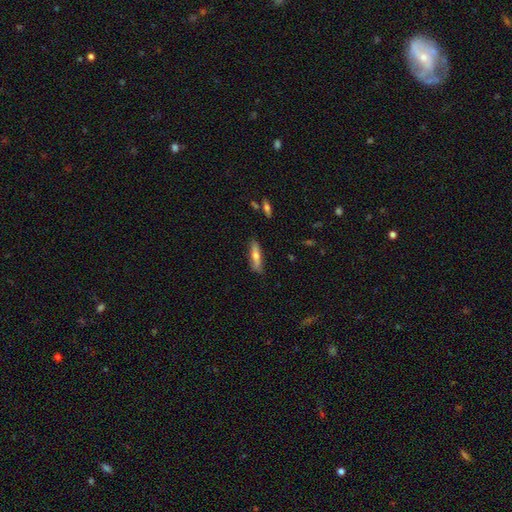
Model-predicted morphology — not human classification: smooth_or_featured: smooth (p=0.57) [alt: featured or disk p=0.36]
how_rounded: cigar-shaped (p=0.75) [alt: in between p=0.23]
merging: none (p=0.83) [alt: minor disturbance p=0.13]